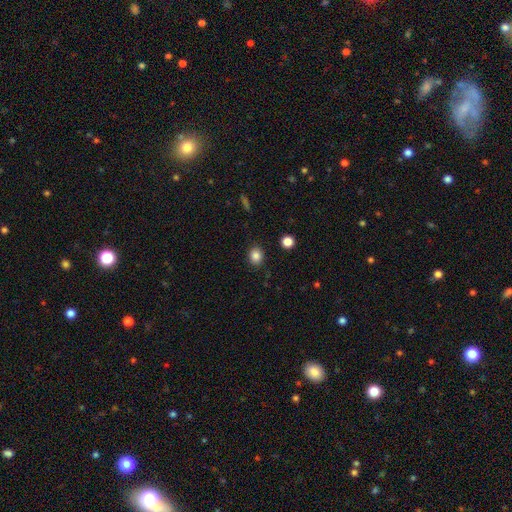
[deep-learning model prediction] Overall: smooth (85%). How rounded: round (68%; in between 31%). Merging: none (88%).